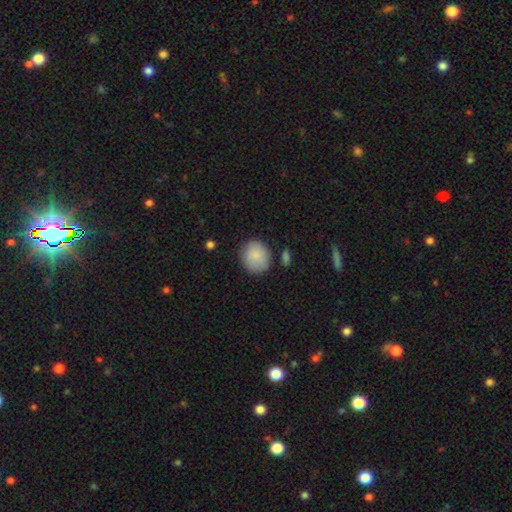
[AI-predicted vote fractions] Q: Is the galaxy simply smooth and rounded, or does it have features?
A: smooth — 86%.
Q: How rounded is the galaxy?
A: round — 73%.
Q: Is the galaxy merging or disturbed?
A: none — 77%.